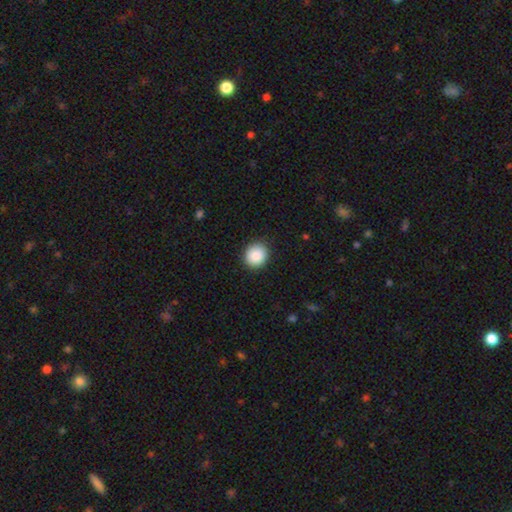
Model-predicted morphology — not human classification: This is clearly a smooth galaxy (88%). How rounded: clearly round (83%). Merging: clearly none (89%).